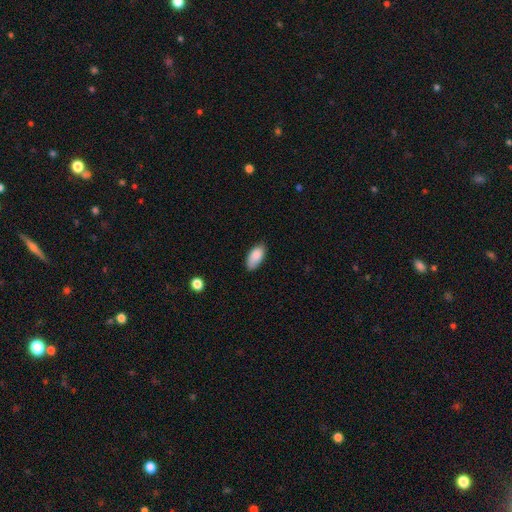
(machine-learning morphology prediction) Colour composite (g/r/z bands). It shows a smooth galaxy with no disk features (88%) that is in between round and cigar-shaped (93%). Merging: none (76%).